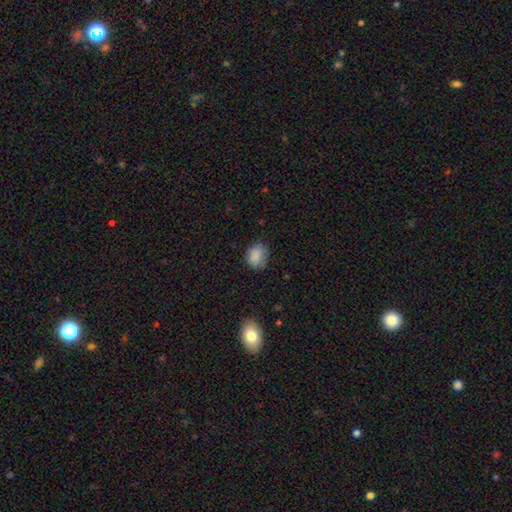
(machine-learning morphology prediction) smooth-or-featured: smooth: 86% | star or artifact: 9% | featured or disk: 5%
  how-rounded: in between: 51% | round: 48% | cigar-shaped: 1%
  merging: none: 73% | minor disturbance: 21% | major disturbance: 5% | merger: 1%